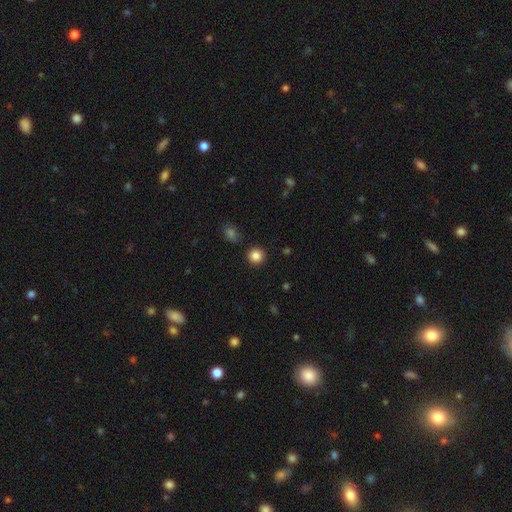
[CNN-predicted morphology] This is clearly a smooth galaxy (85%). How rounded: clearly round (93%). Merging: clearly none (90%).